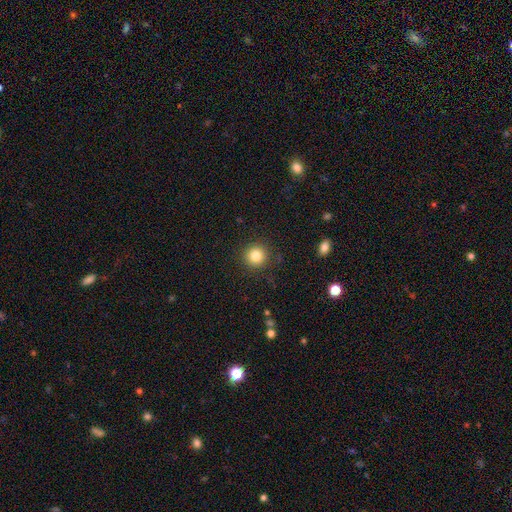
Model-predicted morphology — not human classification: This is clearly a smooth galaxy (83%). How rounded: clearly round (94%). Merging: clearly none (90%).